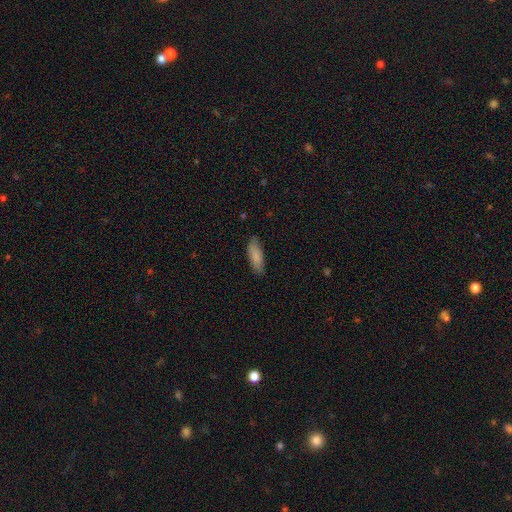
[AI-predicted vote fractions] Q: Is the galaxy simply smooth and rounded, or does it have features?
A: smooth — 85%.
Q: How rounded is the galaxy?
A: in between — 62%.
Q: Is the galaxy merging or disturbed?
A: none — 84%.